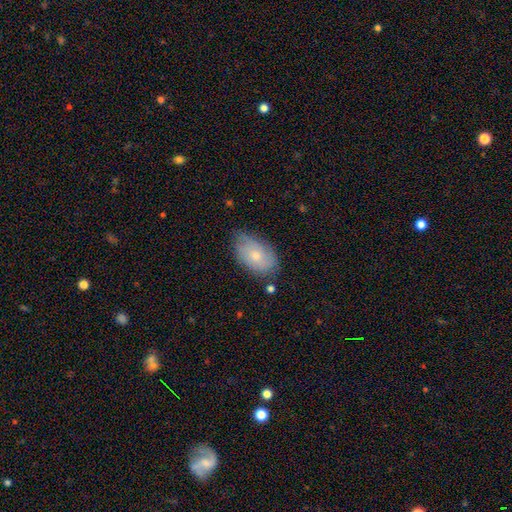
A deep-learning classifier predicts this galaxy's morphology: The model was most divided on "merging": none: 67%, minor disturbance: 26%, major disturbance: 5%, merger: 2%. More confident: how rounded — in between (92%); smooth or featured — smooth (67%).